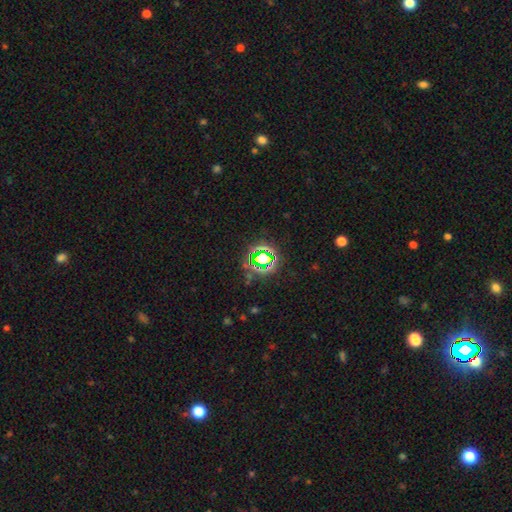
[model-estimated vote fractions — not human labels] The model was most divided on "smooth or featured": star or artifact: 77%, smooth: 15%, featured or disk: 7%.